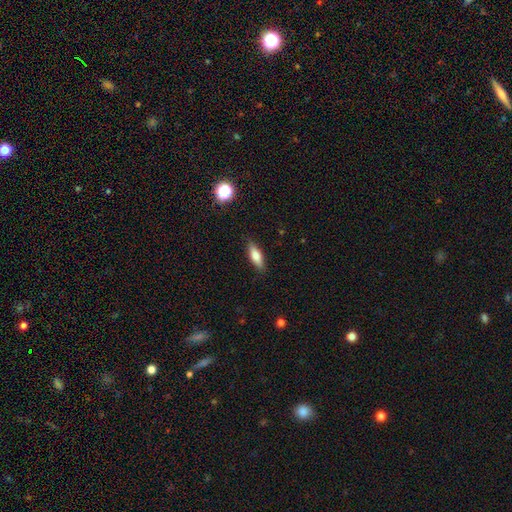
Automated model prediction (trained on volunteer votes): Smooth or featured: smooth — 72% (featured or disk — 20%)
How rounded: in between — 56% (cigar-shaped — 41%)
Merging: none — 86% (minor disturbance — 10%)